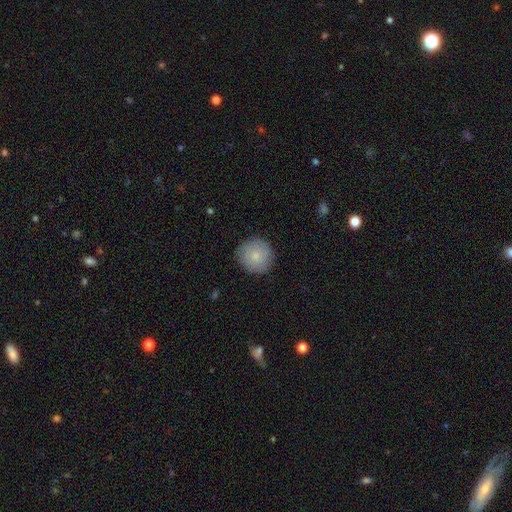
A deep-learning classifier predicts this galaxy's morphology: Smooth or featured? Predicted: smooth (p=0.80). How rounded? Predicted: round (p=0.93). Merging? Predicted: none (p=0.86).